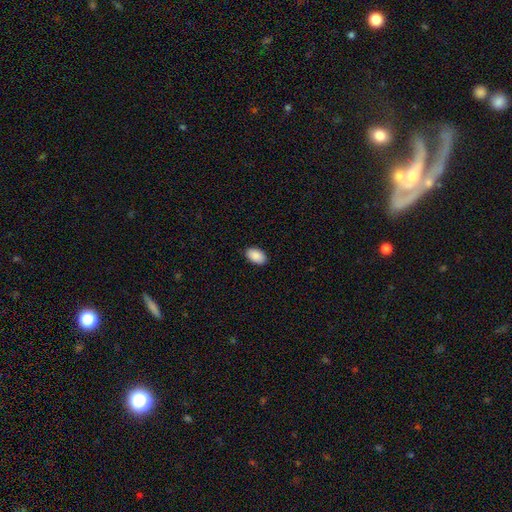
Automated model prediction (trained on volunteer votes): This is clearly a smooth galaxy (90%). How rounded: clearly in between (93%). Merging: clearly none (89%).